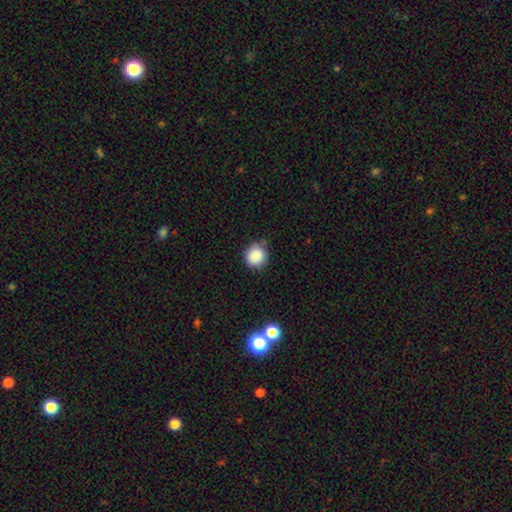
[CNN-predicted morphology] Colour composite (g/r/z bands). It shows a smooth galaxy with no disk features (87%) that is round (90%). Merging: none (71%).